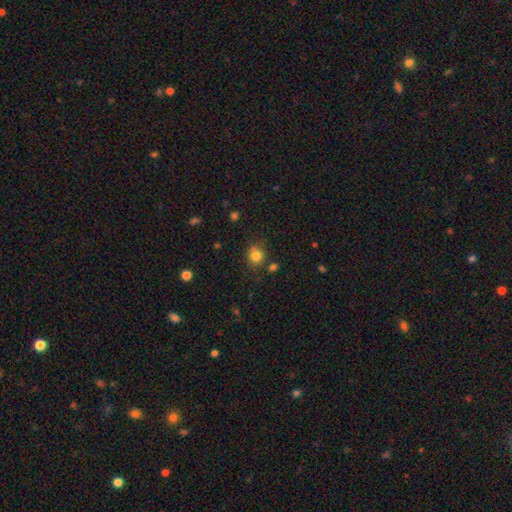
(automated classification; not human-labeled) smooth 81%, star or artifact 13%, featured or disk 6%. Down the decision tree: how rounded — round (83%); merging — none (73%).